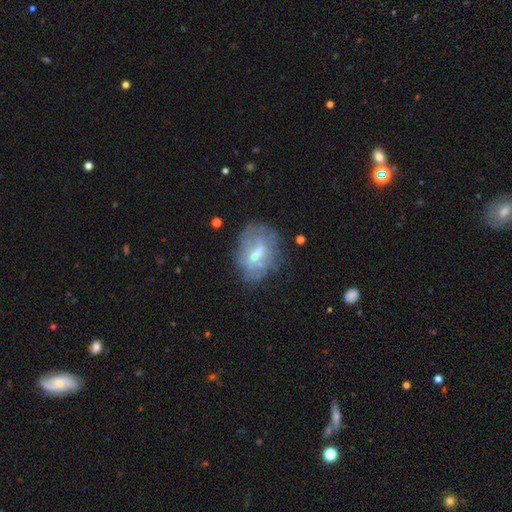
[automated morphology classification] This appears to be a featured or disk galaxy (55%) with a weak bar (48%), no spiral arms (68%) and a moderate central bulge (42%). Merging: none (59%).